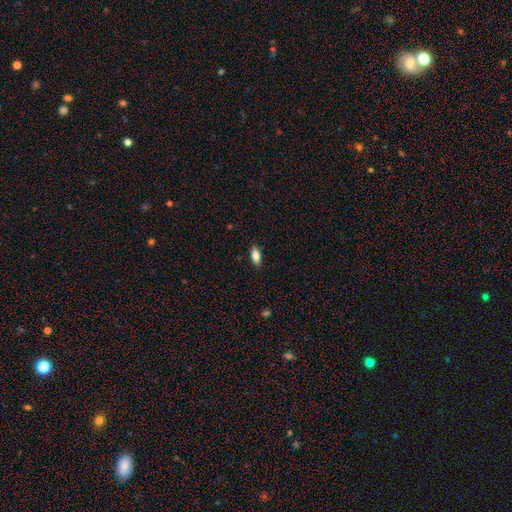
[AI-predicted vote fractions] A smooth galaxy with no disk features (81%) that is in between round and cigar-shaped (82%). Merging: none (87%).